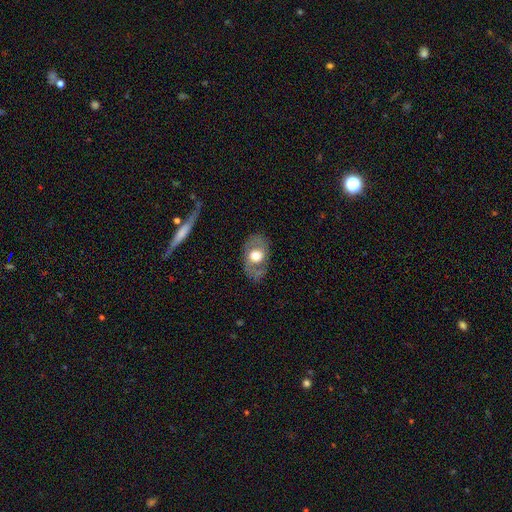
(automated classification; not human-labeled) featured or disk 54%, smooth 39%, star or artifact 7%. Down the decision tree: edge-on disk — no (91%); merging — none (70%).